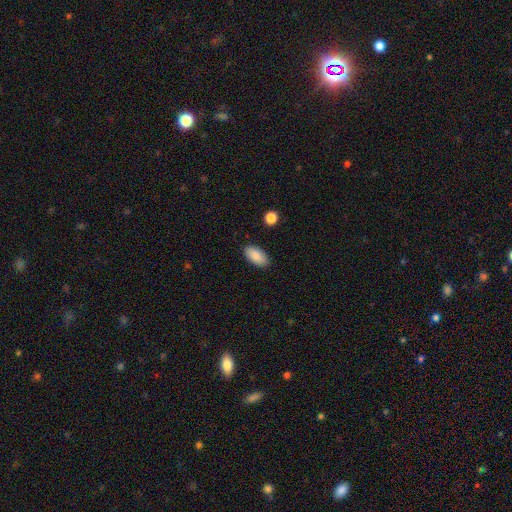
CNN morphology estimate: Q: Smooth or featured?
A: smooth (88%); runner-up: star or artifact (7%)
Q: How rounded?
A: in between (94%); runner-up: cigar-shaped (3%)
Q: Merging?
A: none (88%); runner-up: minor disturbance (9%)